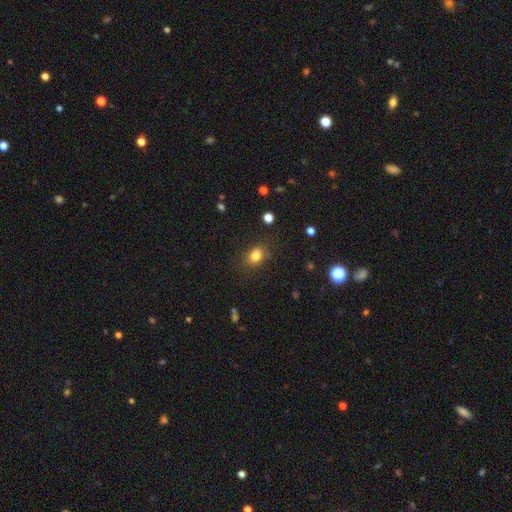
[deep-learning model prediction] Smooth or featured?
  - smooth: 80% *
  - star or artifact: 12%
  - featured or disk: 8%
How rounded?
  - in between: 58% *
  - round: 41%
  - cigar-shaped: 1%
Merging?
  - none: 80% *
  - minor disturbance: 13%
  - major disturbance: 5%
  - merger: 2%